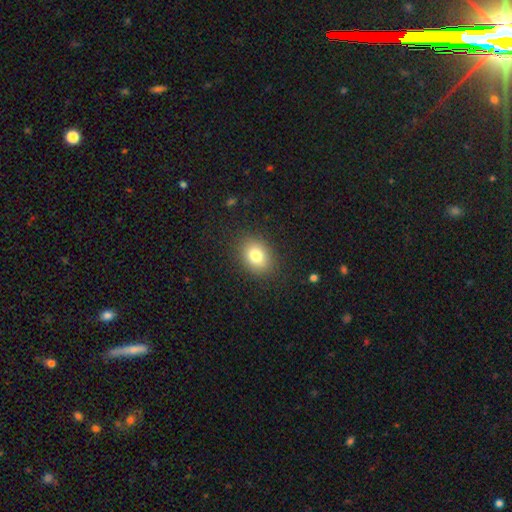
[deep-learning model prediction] A smooth galaxy with no disk features (79%) that is in between round and cigar-shaped (60%). Merging: none (87%).